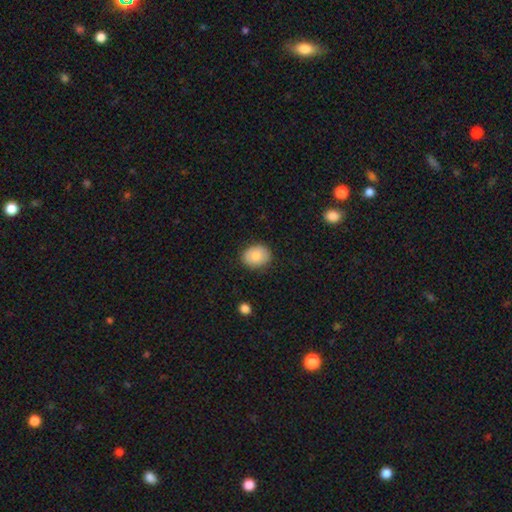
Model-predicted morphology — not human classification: Smooth or featured? Predicted: smooth (p=0.80). How rounded? Predicted: round (p=0.54). Merging? Predicted: none (p=0.87).